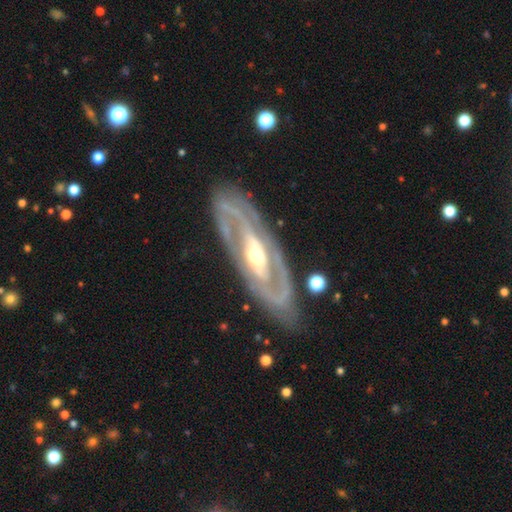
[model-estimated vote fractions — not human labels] Smooth or featured? featured or disk (88%)
Edge-on disk? no (89%)
Bar? no (39%)
Spiral arms? yes (87%)
Spiral winding? tight (52%)
Spiral arm count? 2 (76%)
Bulge size? moderate (66%)
Merging? none (82%)